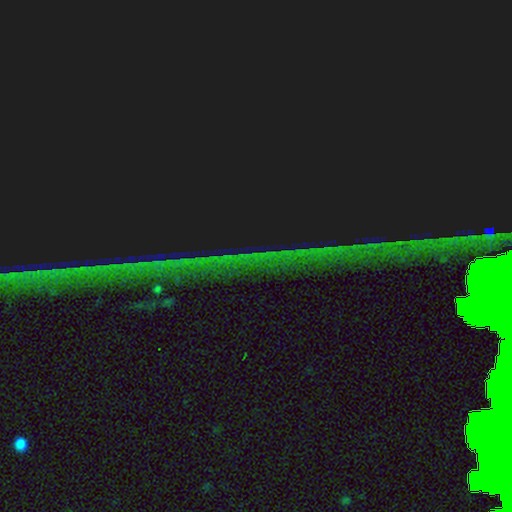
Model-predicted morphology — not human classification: Smooth or featured?
  - star or artifact: 83% *
  - featured or disk: 9%
  - smooth: 8%